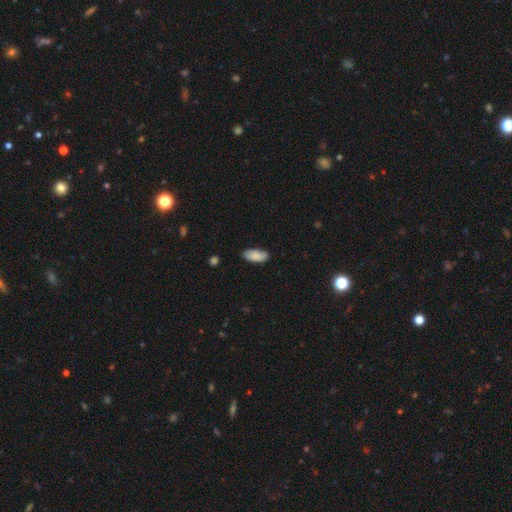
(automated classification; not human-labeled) smooth 86%, featured or disk 8%, star or artifact 6%. Down the decision tree: how rounded — in between (88%); merging — none (81%).